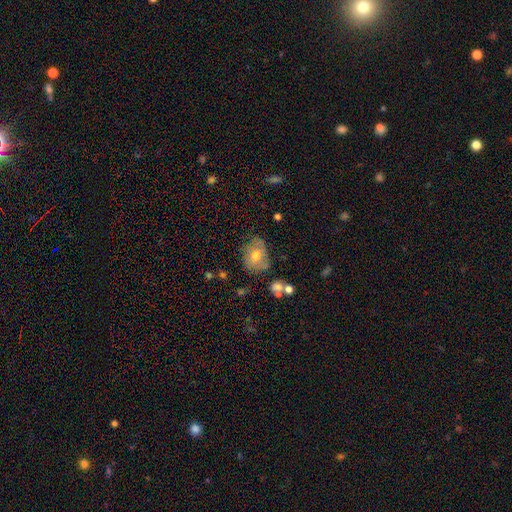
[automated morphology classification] Smooth or featured?
  - smooth: 63% *
  - featured or disk: 28%
  - star or artifact: 9%
How rounded?
  - in between: 52% *
  - round: 47%
  - cigar-shaped: 1%
Merging?
  - none: 53% *
  - minor disturbance: 29%
  - major disturbance: 12%
  - merger: 6%